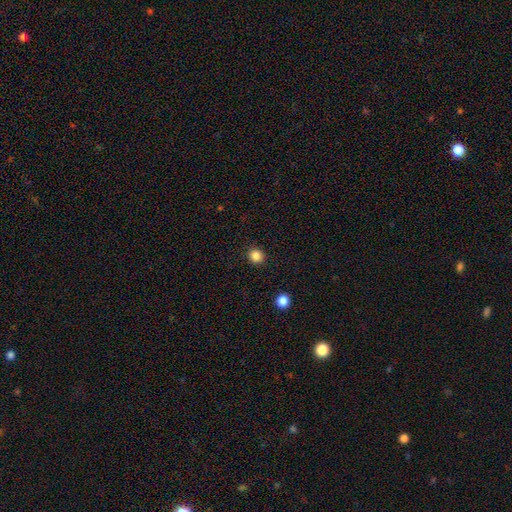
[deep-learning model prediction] Smooth or featured? Predicted: smooth (p=0.84). How rounded? Predicted: round (p=0.90). Merging? Predicted: none (p=0.92).